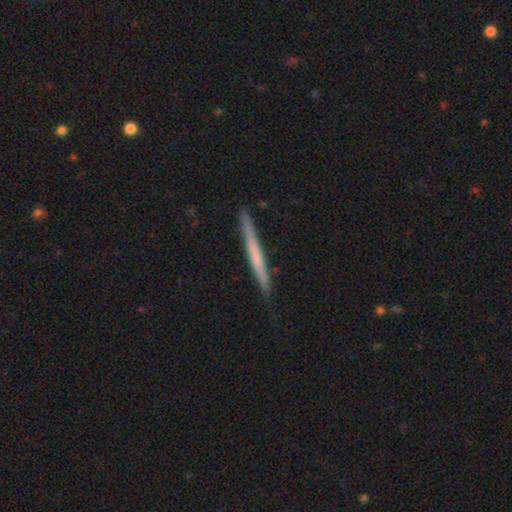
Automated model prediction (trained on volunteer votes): Overall: featured or disk (48%; smooth 46%). Merging: none (90%).